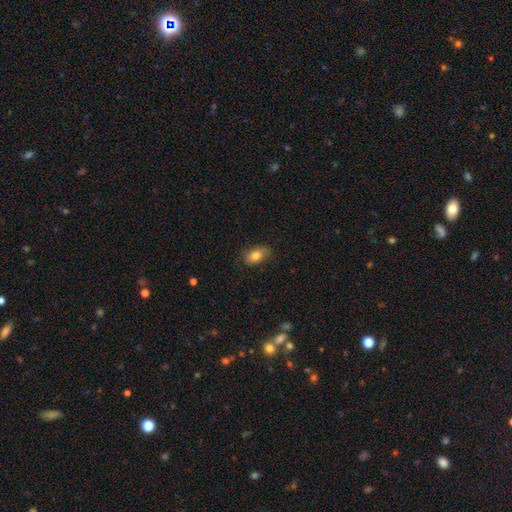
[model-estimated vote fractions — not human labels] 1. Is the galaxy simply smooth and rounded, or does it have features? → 80% smooth, 12% featured or disk, 8% star or artifact.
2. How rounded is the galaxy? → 87% in between, 11% round, 2% cigar-shaped.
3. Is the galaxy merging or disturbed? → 80% none, 15% minor disturbance, 3% major disturbance, 1% merger.